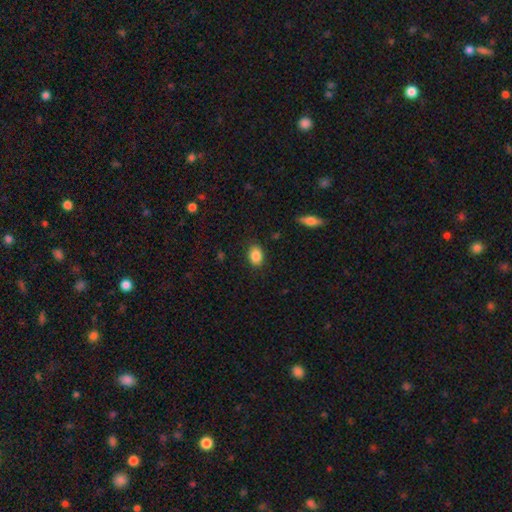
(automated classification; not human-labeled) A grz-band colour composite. It shows a smooth galaxy with no disk features (87%) that is in between round and cigar-shaped (77%). Merging: none (84%).